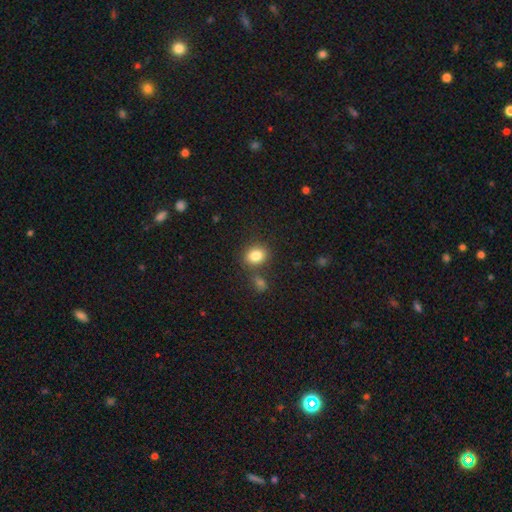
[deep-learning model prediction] Overall: smooth (84%). How rounded: round (59%; in between 40%). Merging: none (75%).